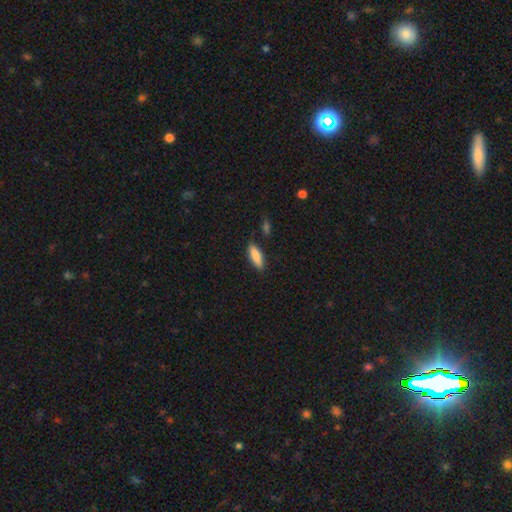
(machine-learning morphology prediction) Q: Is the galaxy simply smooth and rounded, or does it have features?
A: smooth — 83%.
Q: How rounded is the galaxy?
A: in between — 53%.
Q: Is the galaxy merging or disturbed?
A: none — 80%.